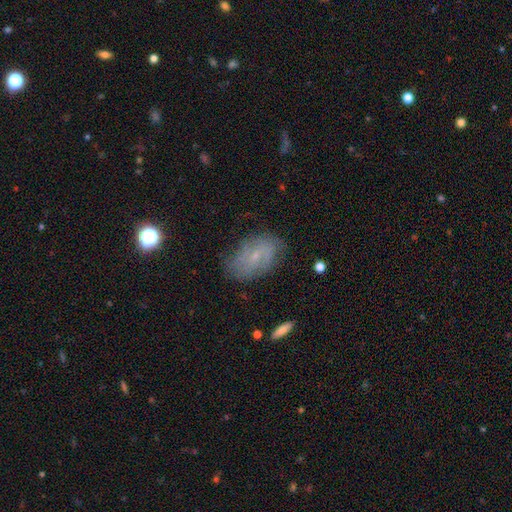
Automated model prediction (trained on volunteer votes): Q: Smooth or featured?
A: featured or disk (50%); runner-up: smooth (39%)
Q: Edge-on disk?
A: no (94%); runner-up: yes (6%)
Q: Merging?
A: none (71%); runner-up: minor disturbance (20%)